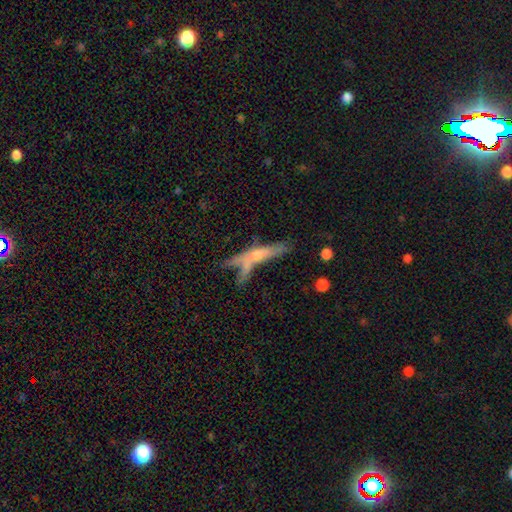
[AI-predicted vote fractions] Q: Smooth or featured?
A: featured or disk (49%); runner-up: smooth (43%)
Q: Merging?
A: none (42%); runner-up: merger (24%)